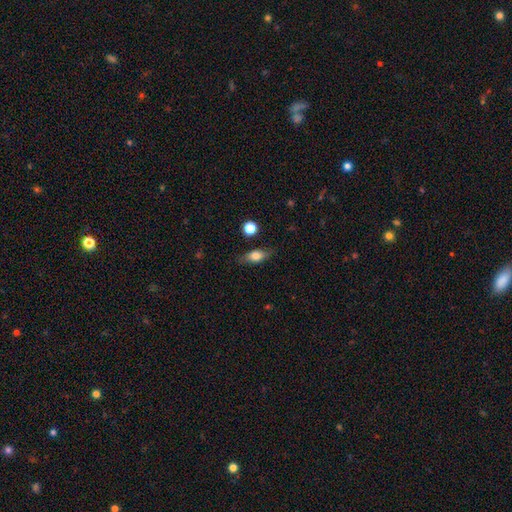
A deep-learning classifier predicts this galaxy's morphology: A smooth galaxy with no disk features (68%) that is in between round and cigar-shaped (69%). Merging: none (77%).